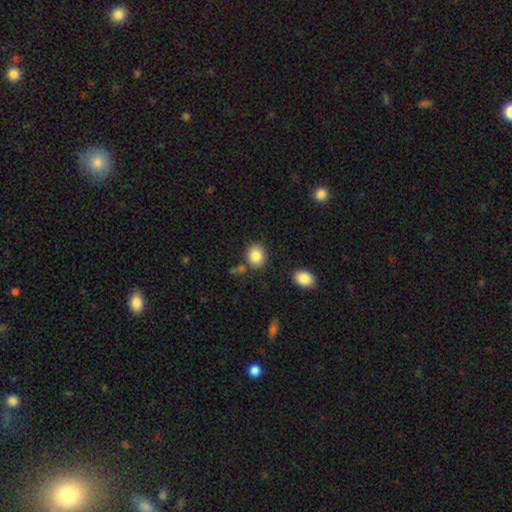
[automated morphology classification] Smooth or featured? smooth (86%)
How rounded? round (62%)
Merging? none (80%)